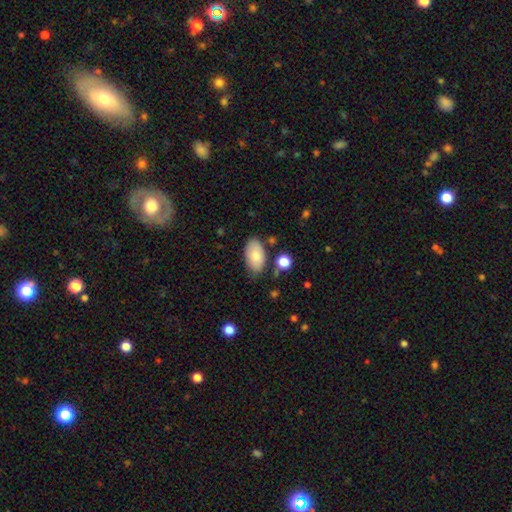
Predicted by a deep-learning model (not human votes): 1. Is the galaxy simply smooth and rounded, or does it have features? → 81% smooth, 12% featured or disk, 7% star or artifact.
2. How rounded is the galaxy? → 94% in between, 4% round, 2% cigar-shaped.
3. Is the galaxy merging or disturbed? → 75% none, 17% minor disturbance, 4% merger, 4% major disturbance.